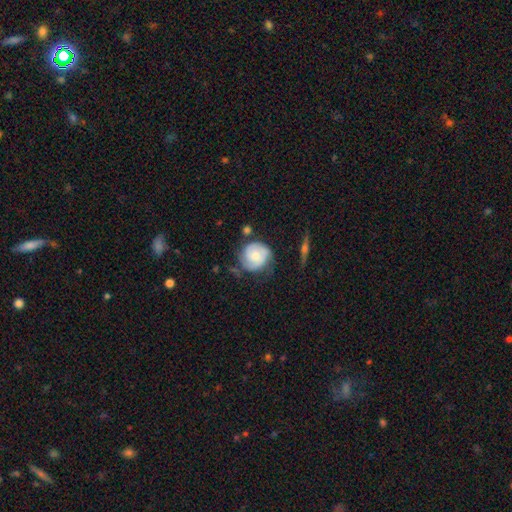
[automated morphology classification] Overall: featured or disk (52%; smooth 41%). Edge-on disk: no (97%). Bar: no (73%). Spiral arms: yes (82%). Bulge size: moderate (50%; small 38%). Merging: none (57%; minor disturbance 27%).